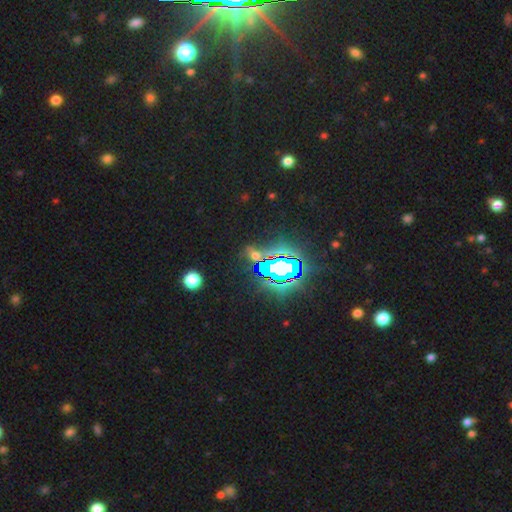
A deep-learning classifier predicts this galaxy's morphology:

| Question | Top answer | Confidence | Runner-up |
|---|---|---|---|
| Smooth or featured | star or artifact | 69% | smooth (20%) |